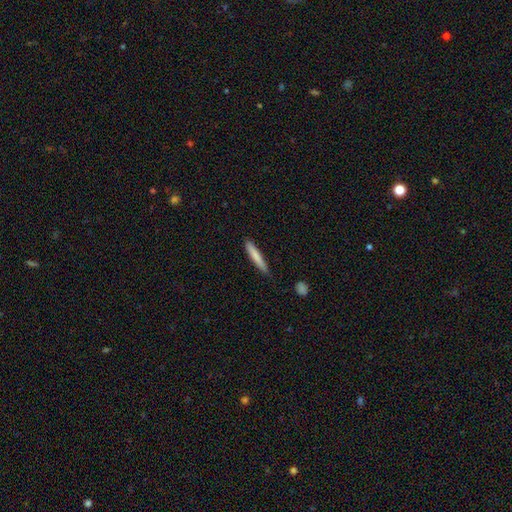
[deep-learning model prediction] Morphology: type=smooth (78%); roundness=cigar-shaped (93%); merging=none (81%).